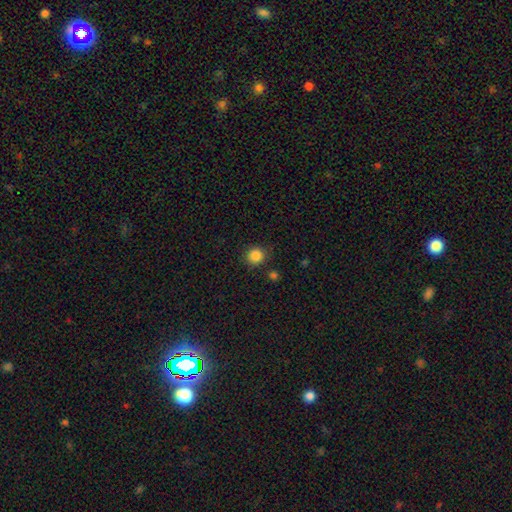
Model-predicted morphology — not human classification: smooth-or-featured: smooth: 86% | star or artifact: 11% | featured or disk: 3%
  how-rounded: round: 92% | in between: 7% | cigar-shaped: 1%
  merging: none: 86% | minor disturbance: 8% | merger: 3% | major disturbance: 3%